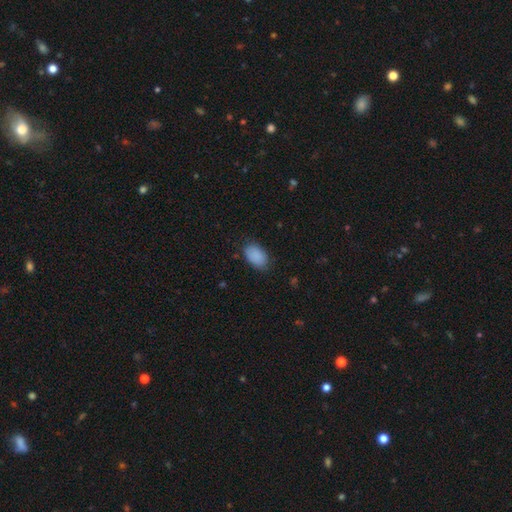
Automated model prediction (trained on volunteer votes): Overall: smooth (89%). How rounded: in between (91%). Merging: none (79%).